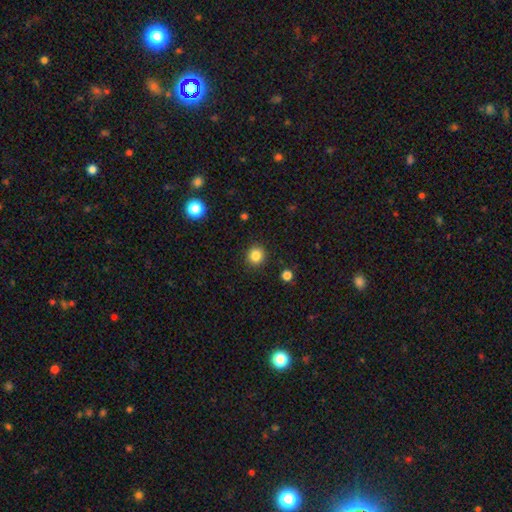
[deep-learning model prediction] Smooth or featured: smooth — 84% (star or artifact — 11%)
How rounded: round — 91% (in between — 9%)
Merging: none — 91% (minor disturbance — 6%)